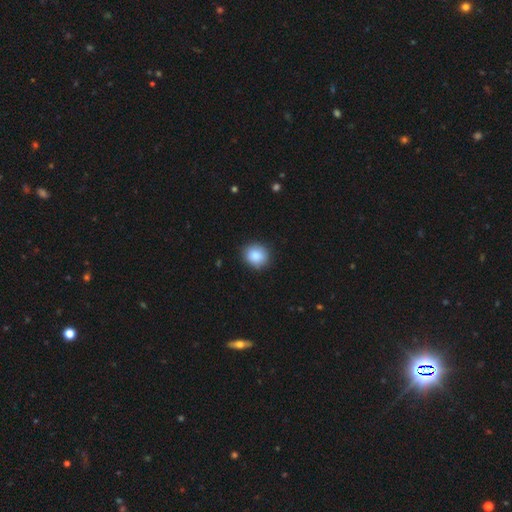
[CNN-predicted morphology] type=smooth (88%); roundness=round (78%); merging=none (87%).